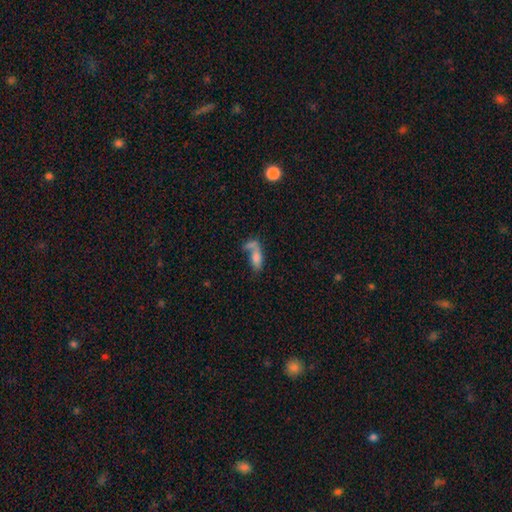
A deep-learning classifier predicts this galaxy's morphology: Smooth or featured?
  - smooth: 71% *
  - featured or disk: 19%
  - star or artifact: 10%
How rounded?
  - in between: 71% *
  - cigar-shaped: 23%
  - round: 6%
Merging?
  - merger: 46% *
  - none: 28%
  - major disturbance: 15%
  - minor disturbance: 11%